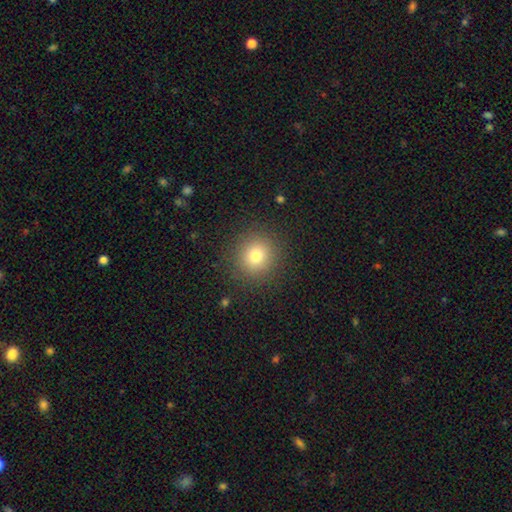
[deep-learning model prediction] Q: Smooth or featured?
A: smooth (77%); runner-up: star or artifact (14%)
Q: How rounded?
A: round (92%); runner-up: in between (8%)
Q: Merging?
A: none (90%); runner-up: minor disturbance (6%)